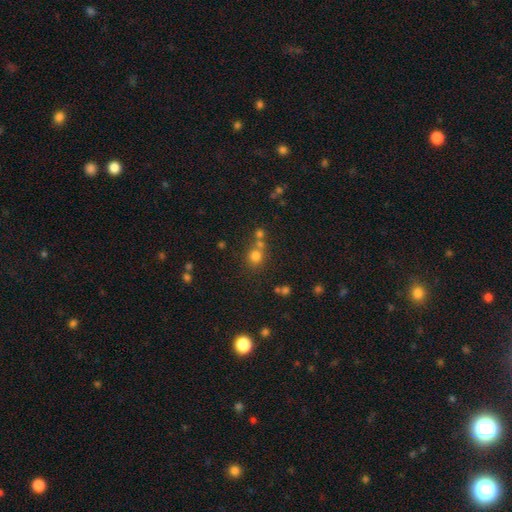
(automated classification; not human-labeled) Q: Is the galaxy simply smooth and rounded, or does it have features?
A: smooth — 73%.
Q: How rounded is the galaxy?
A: round — 85%.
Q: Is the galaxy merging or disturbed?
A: none — 57%.